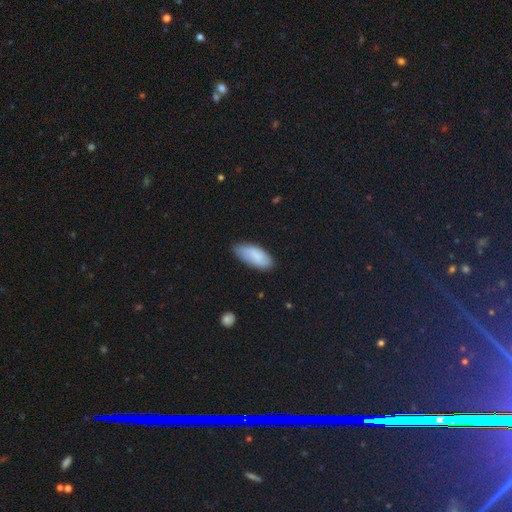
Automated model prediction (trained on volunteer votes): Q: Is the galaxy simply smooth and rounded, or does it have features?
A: smooth — 81%.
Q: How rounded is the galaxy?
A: in between — 86%.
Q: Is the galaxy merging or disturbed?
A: none — 74%.